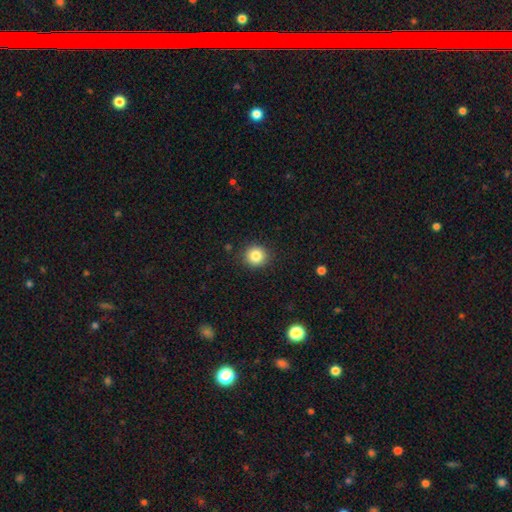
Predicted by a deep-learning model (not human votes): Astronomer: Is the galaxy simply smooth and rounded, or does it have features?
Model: smooth — 84%.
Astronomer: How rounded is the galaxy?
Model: round — 91%.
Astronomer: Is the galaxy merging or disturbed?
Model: none — 90%.